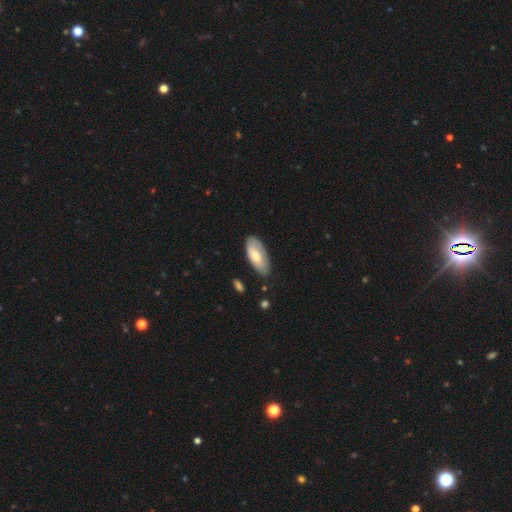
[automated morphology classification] Smooth or featured: smooth — 67% (featured or disk — 27%)
How rounded: in between — 87% (cigar-shaped — 11%)
Merging: none — 75% (minor disturbance — 19%)